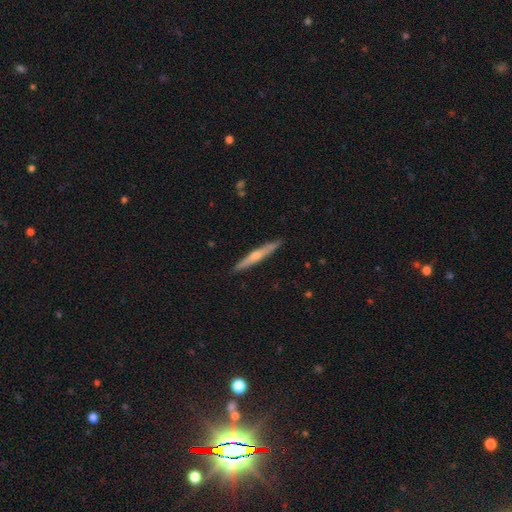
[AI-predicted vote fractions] Smooth or featured? featured or disk (58%)
Edge-on disk? yes (96%)
Edge-on bulge? rounded (80%)
Merging? none (91%)